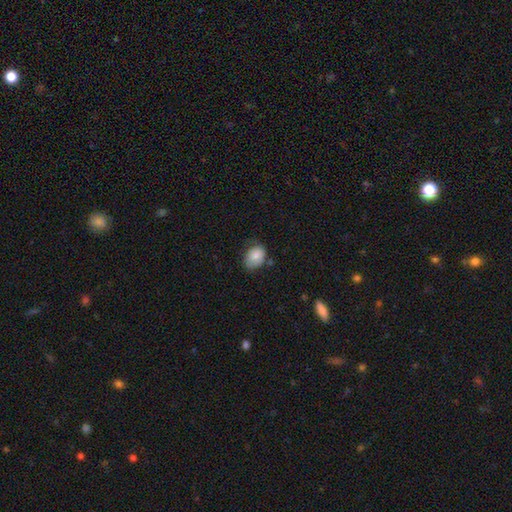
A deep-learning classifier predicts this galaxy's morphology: The model was most divided on "merging": none: 52%, minor disturbance: 34%, major disturbance: 9%, merger: 4%. More confident: smooth or featured — smooth (78%); how rounded — in between (73%).